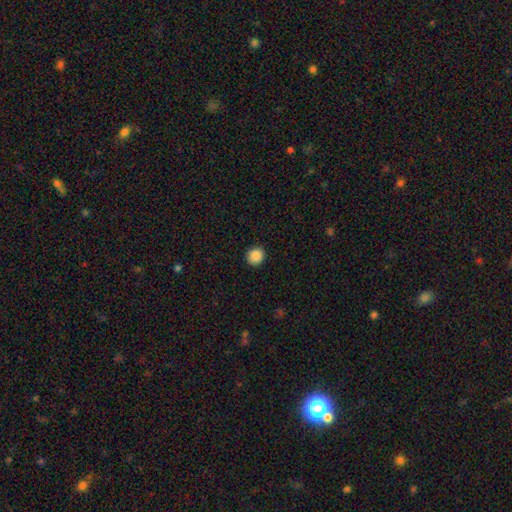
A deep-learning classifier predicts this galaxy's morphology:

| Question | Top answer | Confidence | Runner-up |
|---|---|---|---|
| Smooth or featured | smooth | 88% | star or artifact (9%) |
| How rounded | round | 91% | in between (8%) |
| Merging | none | 91% | minor disturbance (6%) |